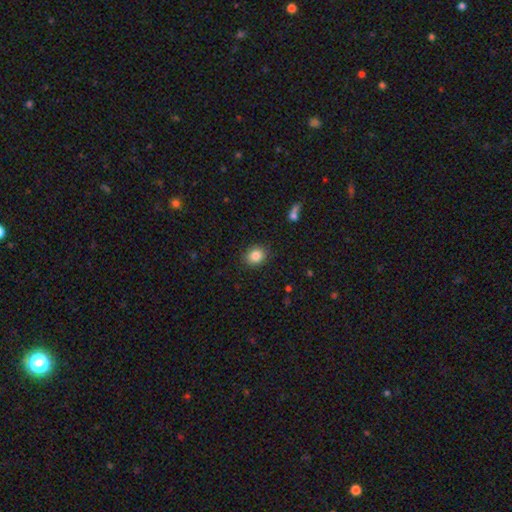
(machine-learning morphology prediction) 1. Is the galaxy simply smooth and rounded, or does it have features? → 84% smooth, 9% star or artifact, 6% featured or disk.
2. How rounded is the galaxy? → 60% round, 39% in between, 1% cigar-shaped.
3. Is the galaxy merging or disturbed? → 88% none, 8% minor disturbance, 2% major disturbance, 1% merger.